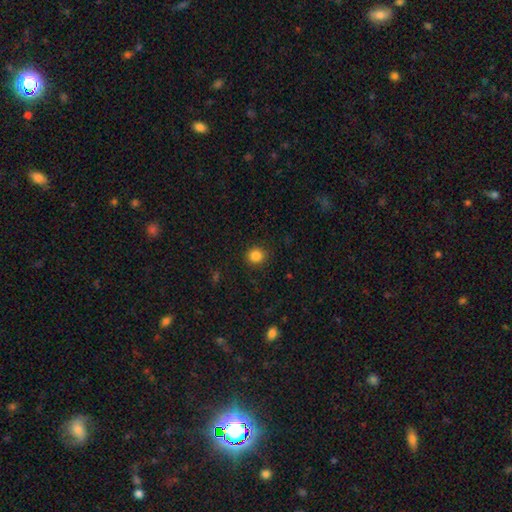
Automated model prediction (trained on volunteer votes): A smooth galaxy with no disk features (85%) that is round (89%).

Vote fractions:
- Smooth or featured? smooth: 85% / star or artifact: 11% / featured or disk: 4%
- How rounded? round: 89% / in between: 10% / cigar-shaped: 1%
- Merging? none: 90% / minor disturbance: 7% / major disturbance: 2% / merger: 1%